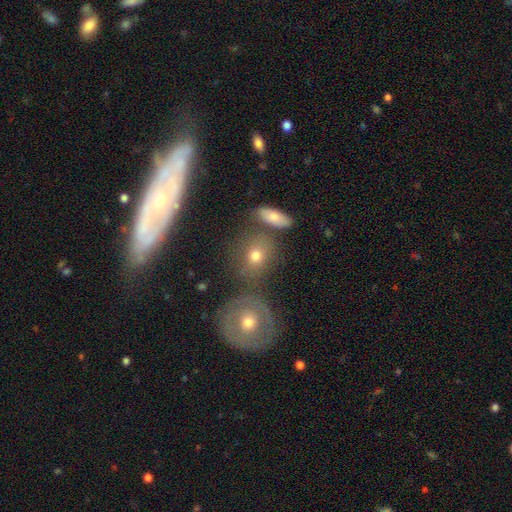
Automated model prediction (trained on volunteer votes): smooth-or-featured: smooth: 65% | featured or disk: 21% | star or artifact: 14%
  how-rounded: round: 69% | in between: 29% | cigar-shaped: 3%
  merging: none: 68% | minor disturbance: 14% | merger: 13% | major disturbance: 6%